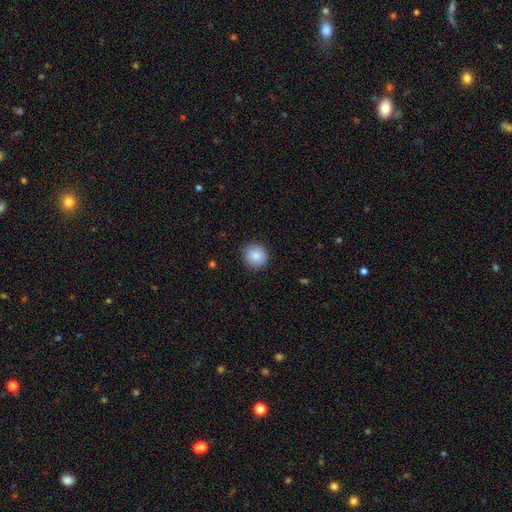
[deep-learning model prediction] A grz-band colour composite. It shows a smooth galaxy with no disk features (87%) that is round (90%). Merging: none (88%).